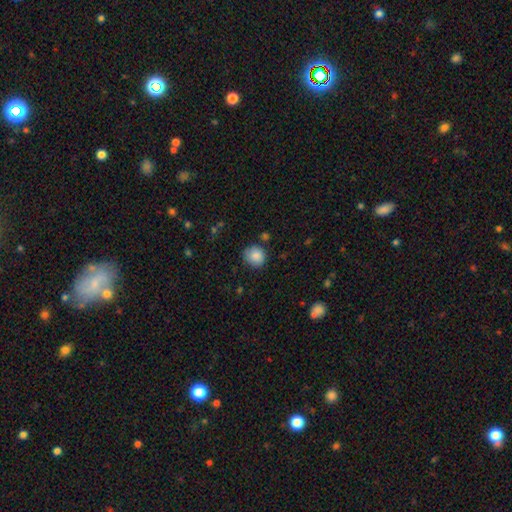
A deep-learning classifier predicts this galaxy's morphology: This appears to be a smooth galaxy with no disk features (86%) that is round (83%). Merging: none (78%).